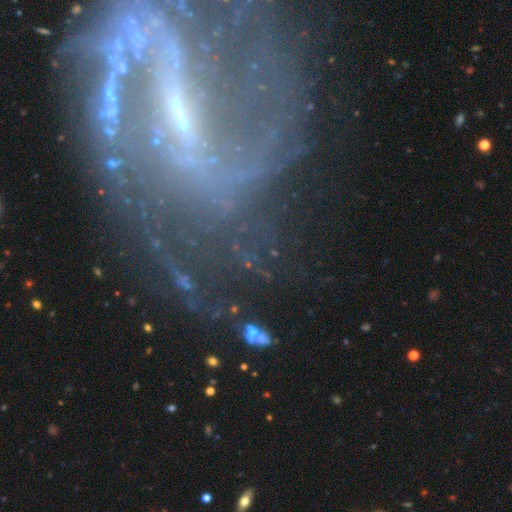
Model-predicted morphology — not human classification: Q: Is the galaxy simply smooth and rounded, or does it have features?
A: featured or disk — 72%.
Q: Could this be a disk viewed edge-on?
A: no — 92%.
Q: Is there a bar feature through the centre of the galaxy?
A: strong — 48%.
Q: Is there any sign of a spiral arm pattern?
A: yes — 68%.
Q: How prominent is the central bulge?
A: small — 59%.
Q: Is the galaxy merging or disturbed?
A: none — 50%.